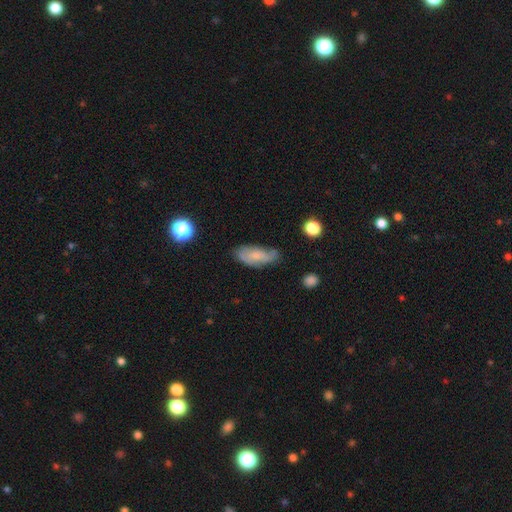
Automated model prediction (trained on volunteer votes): Smooth or featured? smooth (54%)
How rounded? in between (82%)
Merging? none (59%)